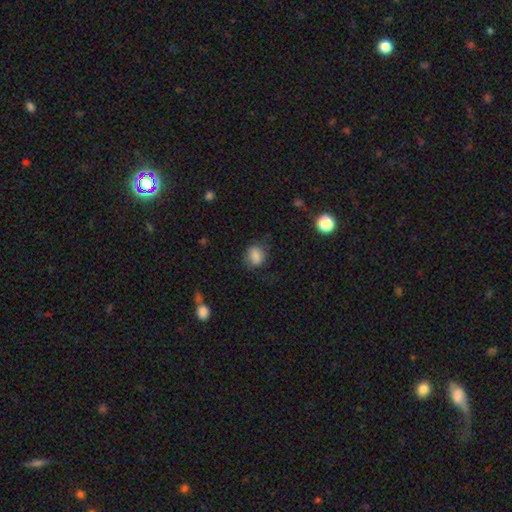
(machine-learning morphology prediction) This is clearly a smooth galaxy (81%). How rounded: possibly round (53%). Merging: likely none (74%).